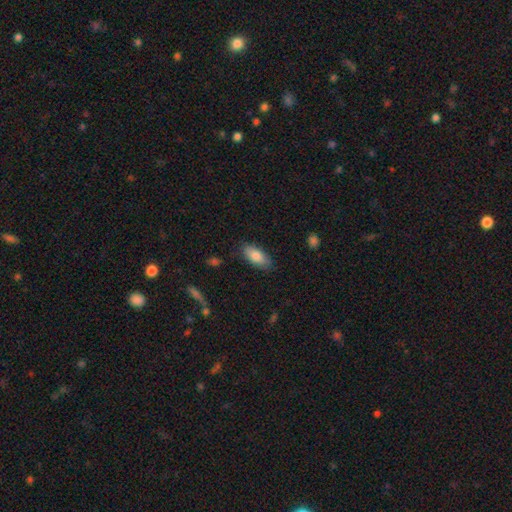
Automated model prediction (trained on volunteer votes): A smooth galaxy with no disk features (82%) that is in between round and cigar-shaped (87%). Merging: none (83%).